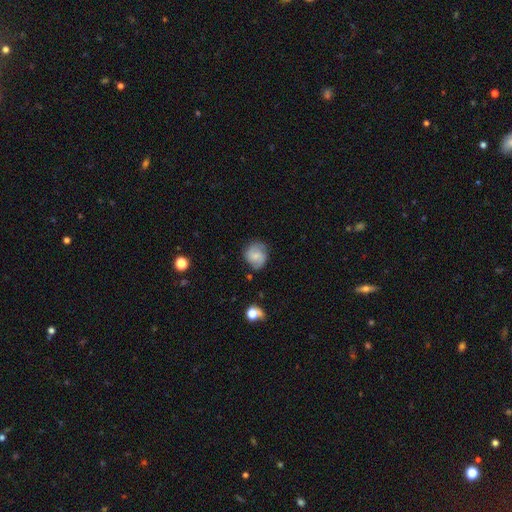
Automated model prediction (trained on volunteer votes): Smooth or featured?
  - featured or disk: 54% *
  - smooth: 38%
  - star or artifact: 8%
Edge-on disk?
  - no: 98% *
  - yes: 2%
Bar?
  - no: 50% *
  - weak: 42%
  - strong: 8%
Spiral arms?
  - yes: 91% *
  - no: 9%
Bulge size?
  - small: 48% *
  - moderate: 31%
  - none: 17%
  - large: 3%
  - dominant: 1%
Merging?
  - none: 73% *
  - minor disturbance: 19%
  - major disturbance: 5%
  - merger: 2%